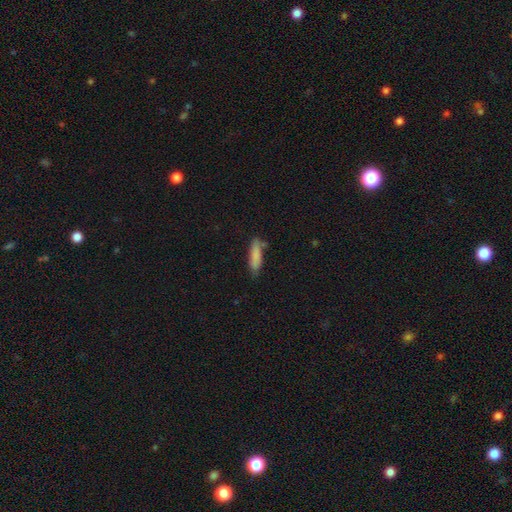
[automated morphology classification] The model was most divided on "how rounded": cigar-shaped: 57%, in between: 42%, round: 2%. More confident: smooth or featured — smooth (84%); merging — none (67%).